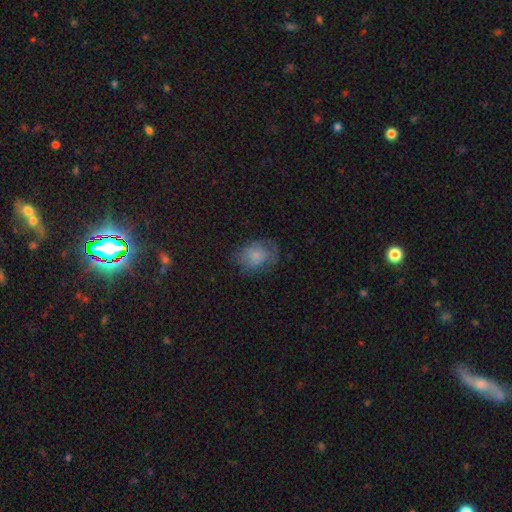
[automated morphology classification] smooth-or-featured: smooth: 73% | featured or disk: 17% | star or artifact: 10%
  how-rounded: in between: 64% | round: 35% | cigar-shaped: 1%
  merging: none: 57% | minor disturbance: 27% | major disturbance: 14% | merger: 1%